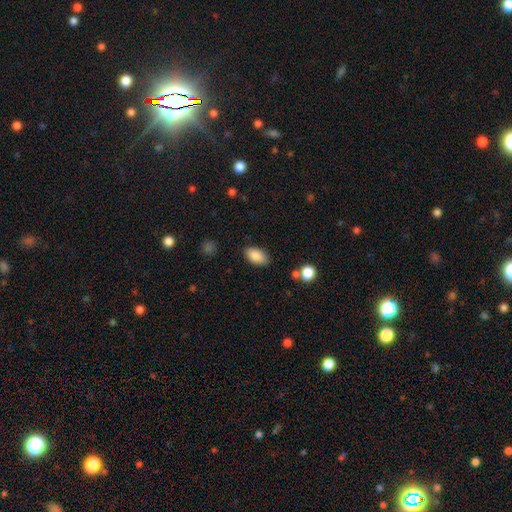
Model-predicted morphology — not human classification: A smooth galaxy with no disk features (87%) that is in between round and cigar-shaped (93%). Merging: none (82%).